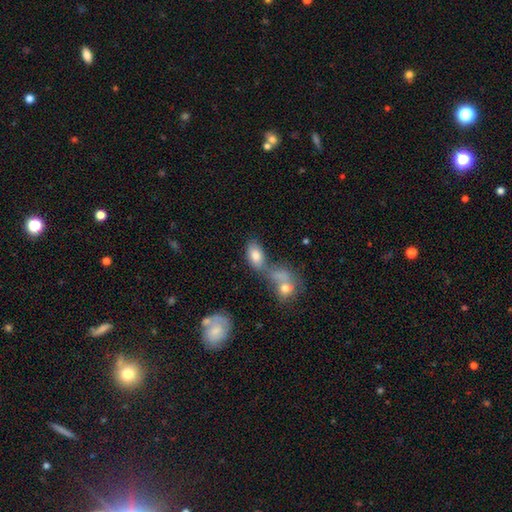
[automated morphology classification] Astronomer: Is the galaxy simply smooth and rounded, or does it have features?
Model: smooth — 77%.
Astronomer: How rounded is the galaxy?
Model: in between — 90%.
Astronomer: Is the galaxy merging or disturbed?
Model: none — 42% (runner-up: merger, 37%).